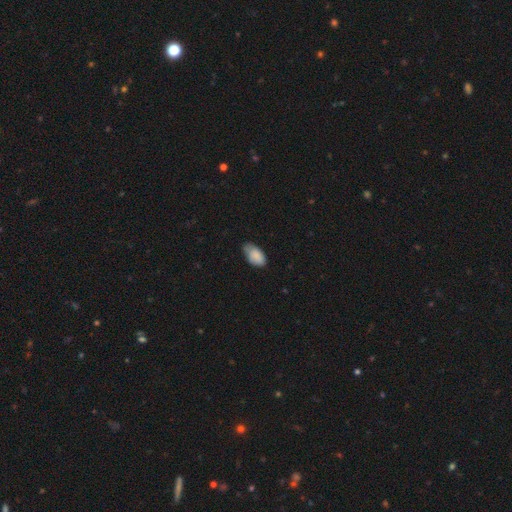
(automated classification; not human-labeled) smooth 87%, star or artifact 7%, featured or disk 6%. Down the decision tree: how rounded — in between (94%); merging — none (60%).